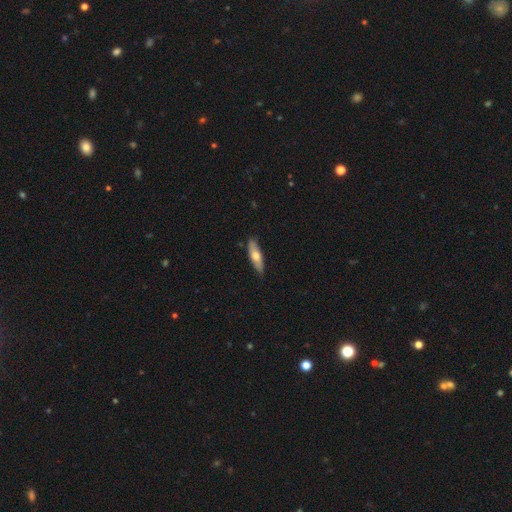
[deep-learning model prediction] Smooth or featured?
  - smooth: 57% *
  - featured or disk: 38%
  - star or artifact: 5%
How rounded?
  - cigar-shaped: 62% *
  - in between: 36%
  - round: 2%
Merging?
  - none: 84% *
  - minor disturbance: 13%
  - major disturbance: 2%
  - merger: 1%